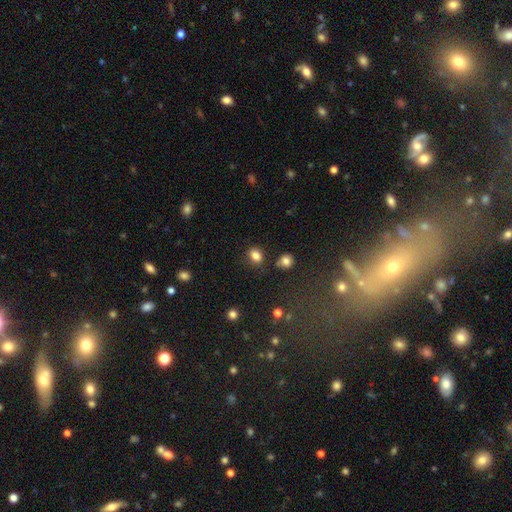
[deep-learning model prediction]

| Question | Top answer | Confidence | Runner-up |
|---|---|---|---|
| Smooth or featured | smooth | 83% | star or artifact (11%) |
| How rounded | in between | 56% | round (43%) |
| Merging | none | 77% | minor disturbance (13%) |